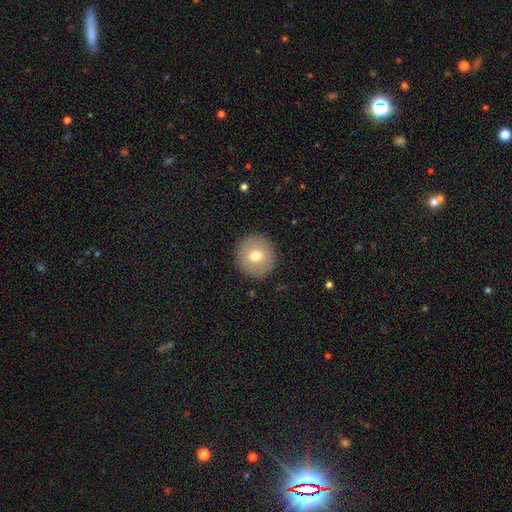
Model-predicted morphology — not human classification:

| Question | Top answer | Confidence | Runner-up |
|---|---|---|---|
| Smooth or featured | smooth | 71% | featured or disk (20%) |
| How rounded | round | 93% | in between (6%) |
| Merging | none | 91% | minor disturbance (6%) |